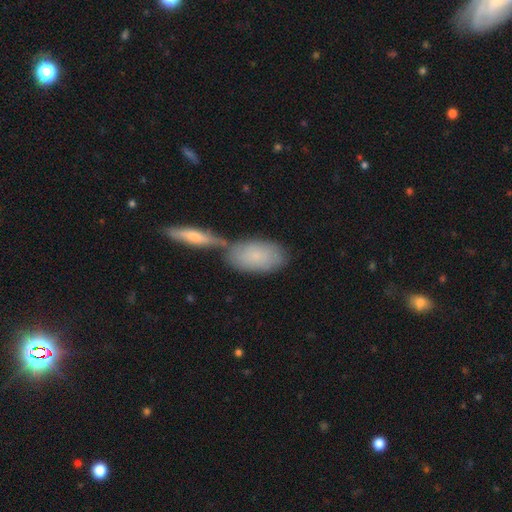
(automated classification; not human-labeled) Q: Smooth or featured?
A: smooth (74%); runner-up: featured or disk (19%)
Q: How rounded?
A: in between (90%); runner-up: cigar-shaped (6%)
Q: Merging?
A: none (47%); runner-up: merger (36%)